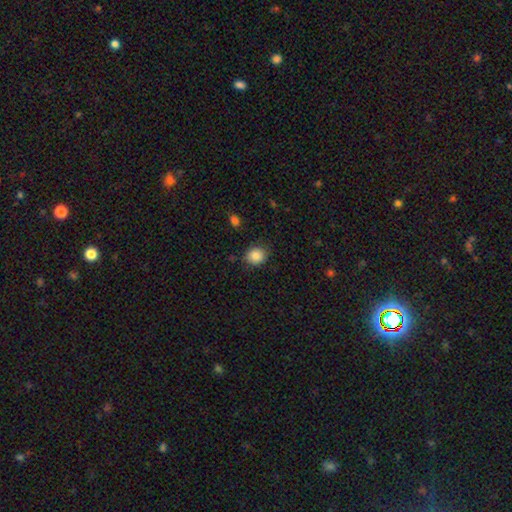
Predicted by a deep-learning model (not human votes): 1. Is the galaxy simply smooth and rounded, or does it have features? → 85% smooth, 9% star or artifact, 5% featured or disk.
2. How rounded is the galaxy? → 73% round, 26% in between, 1% cigar-shaped.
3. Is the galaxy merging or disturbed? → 84% none, 11% minor disturbance, 3% major disturbance, 2% merger.